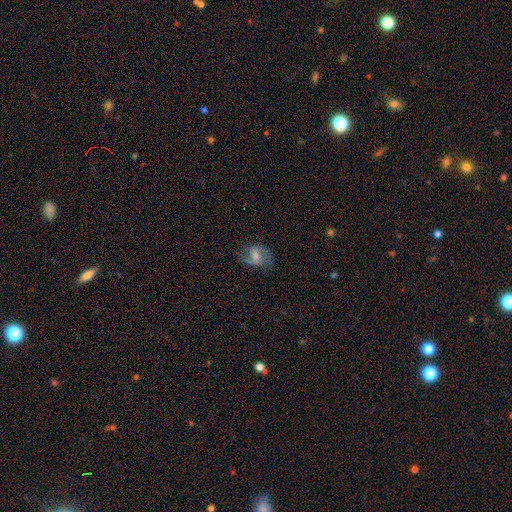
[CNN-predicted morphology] A featured or disk galaxy (68%) with a weak bar (52%), 2 (85%) medium (51%) spiral arms (89%) and a moderate central bulge (49%). Merging: none (74%).